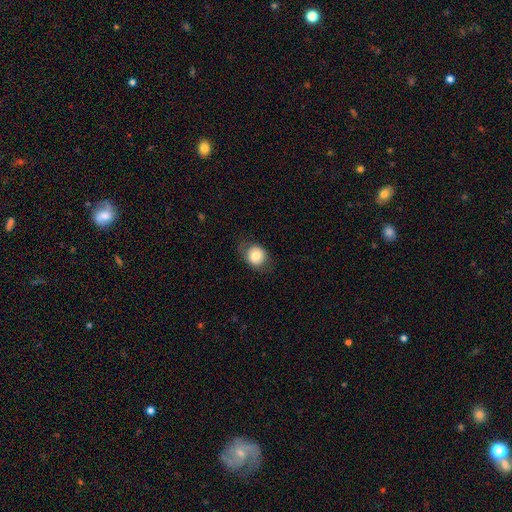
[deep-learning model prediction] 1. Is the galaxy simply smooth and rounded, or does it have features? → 75% smooth, 16% featured or disk, 9% star or artifact.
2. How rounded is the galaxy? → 78% round, 21% in between, 1% cigar-shaped.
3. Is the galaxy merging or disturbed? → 77% none, 16% minor disturbance, 7% major disturbance, 1% merger.